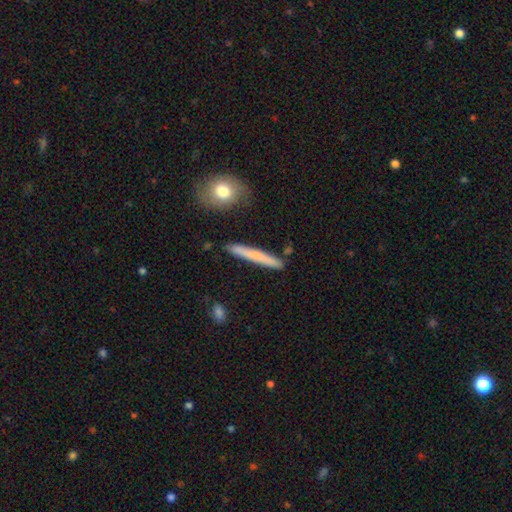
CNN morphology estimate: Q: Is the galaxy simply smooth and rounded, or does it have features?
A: smooth — 65%.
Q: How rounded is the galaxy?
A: cigar-shaped — 96%.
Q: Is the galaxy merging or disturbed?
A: none — 88%.